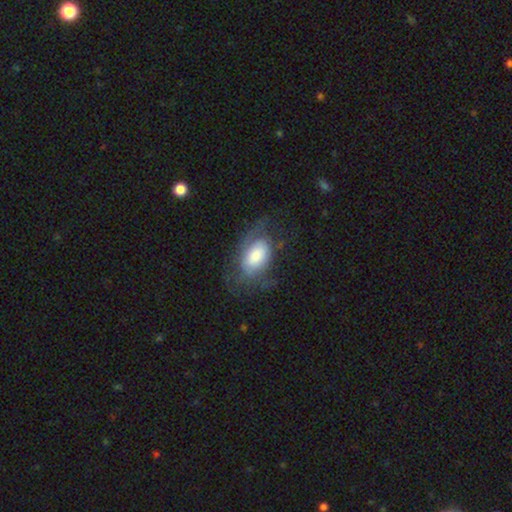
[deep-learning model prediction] Q: Smooth or featured?
A: smooth (47%); runner-up: featured or disk (46%)
Q: Merging?
A: none (52%); runner-up: minor disturbance (24%)